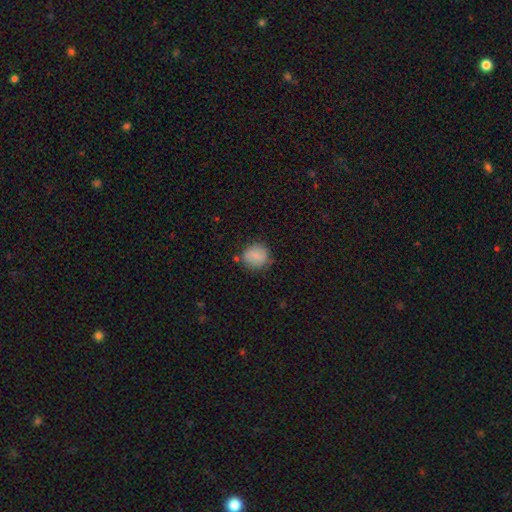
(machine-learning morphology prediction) Smooth or featured: smooth — 75% (featured or disk — 17%)
How rounded: round — 87% (in between — 12%)
Merging: none — 79% (minor disturbance — 14%)